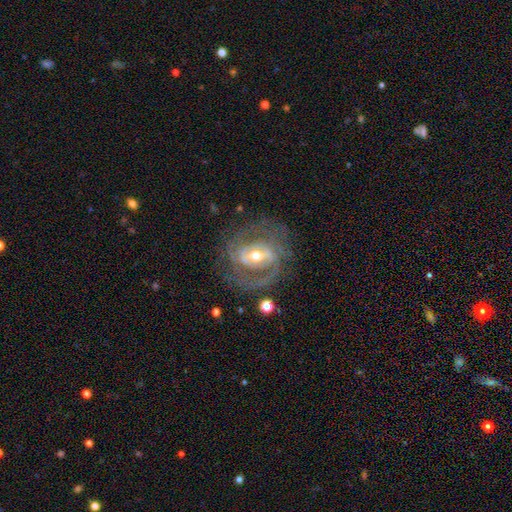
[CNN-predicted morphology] A featured or disk galaxy (87%) with a weak bar (42%), 2 (58%) tight (45%) spiral arms (92%) and a moderate central bulge (63%). Merging: none (69%).